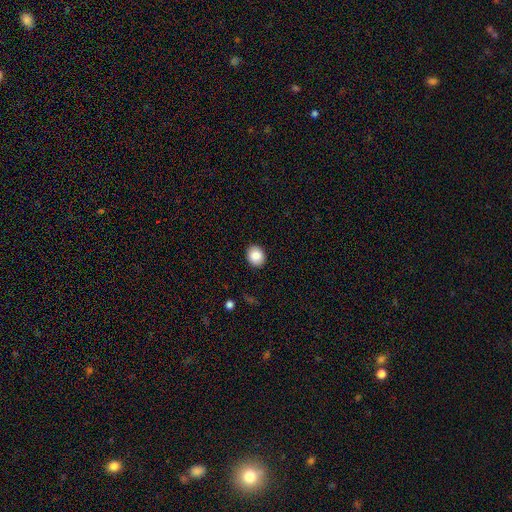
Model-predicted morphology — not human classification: type=smooth (87%); roundness=round (58%); merging=none (90%).